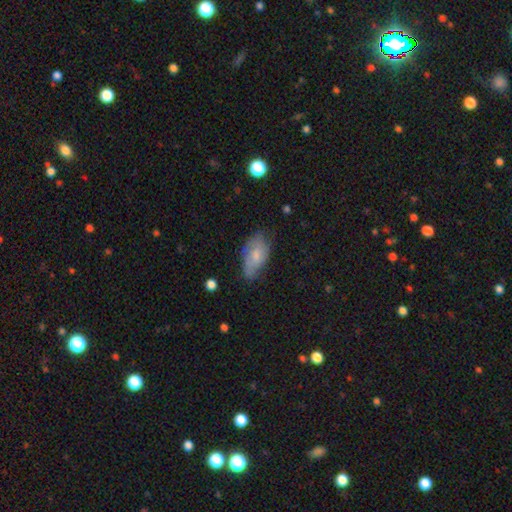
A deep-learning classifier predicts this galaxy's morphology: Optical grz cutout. It shows a smooth galaxy with no disk features (55%) that is in between round and cigar-shaped (91%). Merging: none (56%).